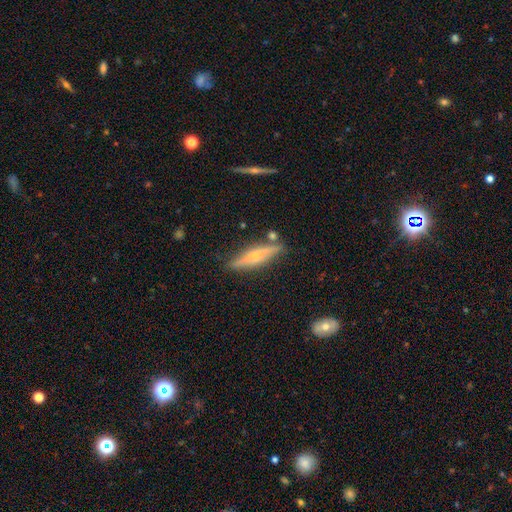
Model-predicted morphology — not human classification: Q: Smooth or featured?
A: featured or disk (62%); runner-up: smooth (30%)
Q: Edge-on disk?
A: yes (92%); runner-up: no (8%)
Q: Edge-on bulge?
A: rounded (89%); runner-up: none (8%)
Q: Merging?
A: none (80%); runner-up: minor disturbance (13%)